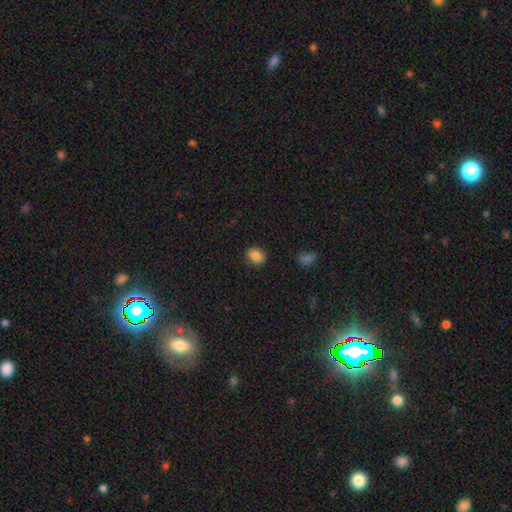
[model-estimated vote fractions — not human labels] smooth 85%, star or artifact 10%, featured or disk 5%. Down the decision tree: how rounded — in between (58%); merging — none (87%).